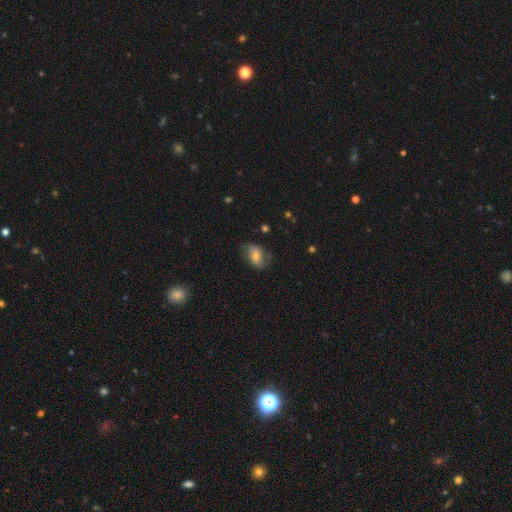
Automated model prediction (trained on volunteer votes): This is possibly a smooth galaxy (54%). How rounded: clearly in between (85%). Merging: likely none (61%).